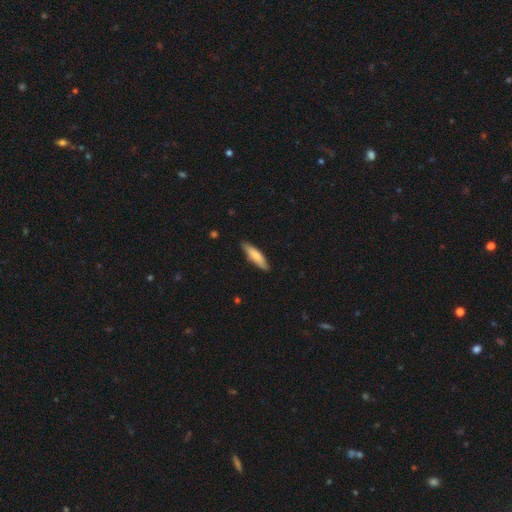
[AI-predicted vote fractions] A smooth galaxy with no disk features (74%) that is cigar-shaped (73%). Merging: none (85%).